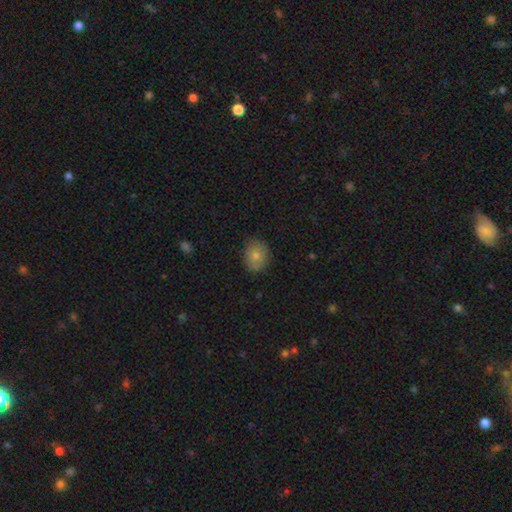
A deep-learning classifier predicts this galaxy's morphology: smooth-or-featured: smooth: 76% | featured or disk: 14% | star or artifact: 10%
  how-rounded: round: 52% | in between: 47% | cigar-shaped: 1%
  merging: none: 85% | minor disturbance: 12% | major disturbance: 2% | merger: 1%